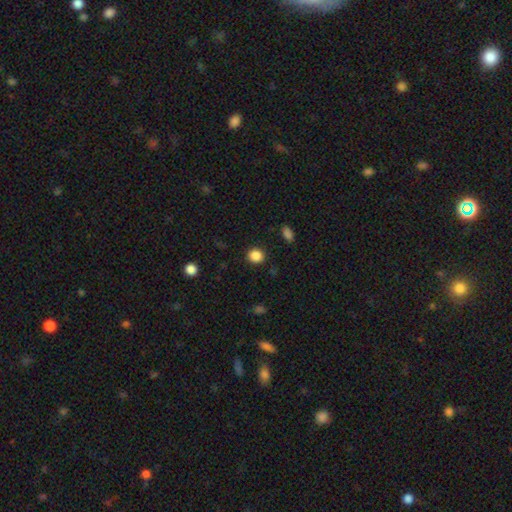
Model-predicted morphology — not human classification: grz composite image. It shows a smooth galaxy with no disk features (87%) that is round (82%). Merging: none (90%).